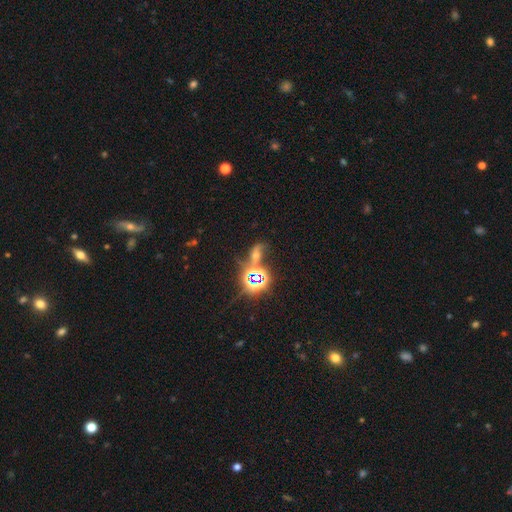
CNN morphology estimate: This appears to be a star or artifact, not a galaxy (51%).